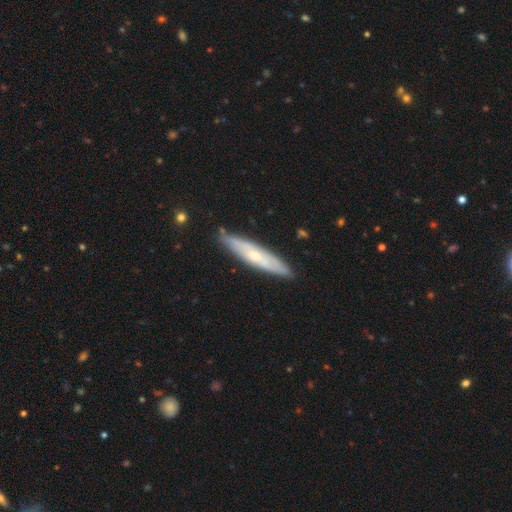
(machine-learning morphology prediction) A featured or disk galaxy (55%) viewed edge-on (70%).

Vote fractions:
- Smooth or featured? featured or disk: 55% / smooth: 39% / star or artifact: 6%
- Edge-on disk? yes: 70% / no: 30%
- Merging? none: 85% / minor disturbance: 12% / major disturbance: 2% / merger: 1%